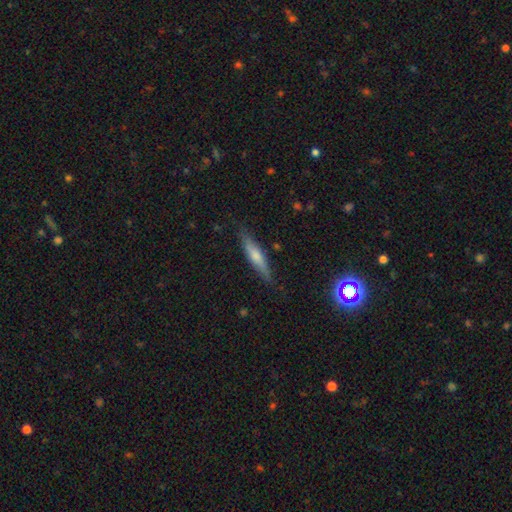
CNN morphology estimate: Q: Smooth or featured?
A: smooth (55%); runner-up: featured or disk (38%)
Q: How rounded?
A: cigar-shaped (82%); runner-up: in between (16%)
Q: Merging?
A: none (82%); runner-up: minor disturbance (14%)